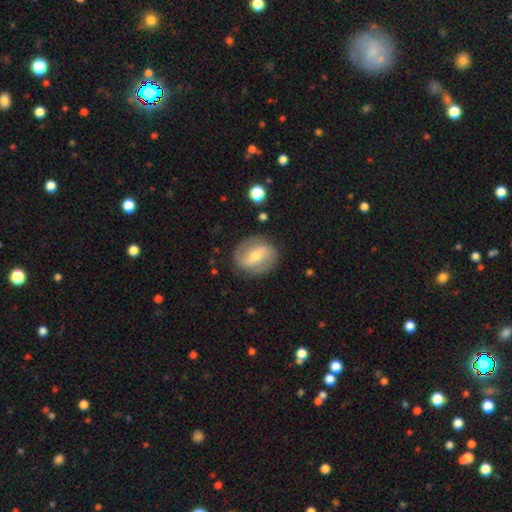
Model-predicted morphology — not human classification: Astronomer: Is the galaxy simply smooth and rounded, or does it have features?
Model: featured or disk — 63%.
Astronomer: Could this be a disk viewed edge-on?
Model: no — 95%.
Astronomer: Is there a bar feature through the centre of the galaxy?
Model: weak — 46% (runner-up: strong, 36%).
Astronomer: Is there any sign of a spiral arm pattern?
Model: yes — 74%.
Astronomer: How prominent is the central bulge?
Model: moderate — 59% (runner-up: small, 35%).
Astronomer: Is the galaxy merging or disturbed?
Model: none — 82%.